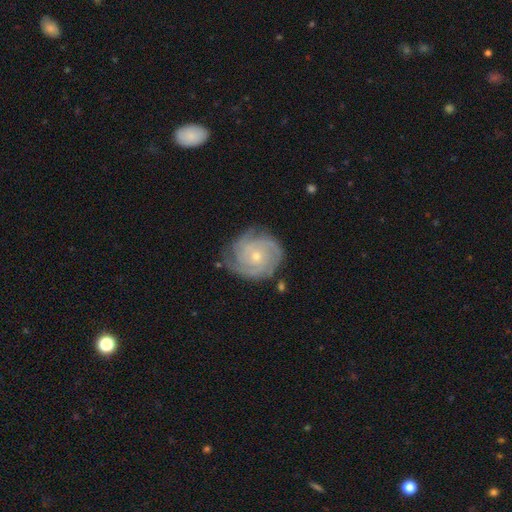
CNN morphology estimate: This appears to be a featured or disk galaxy (84%) with no bar (76%), 3 (37%) tight (73%) spiral arms (97%) and a small central bulge (63%). Merging: none (73%).